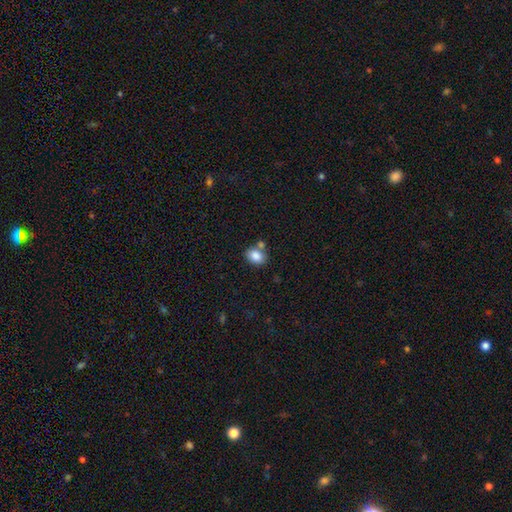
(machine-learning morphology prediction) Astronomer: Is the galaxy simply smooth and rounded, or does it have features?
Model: smooth — 85%.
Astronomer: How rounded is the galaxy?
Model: in between — 68%.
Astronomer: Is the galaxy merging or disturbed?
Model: none — 61%.